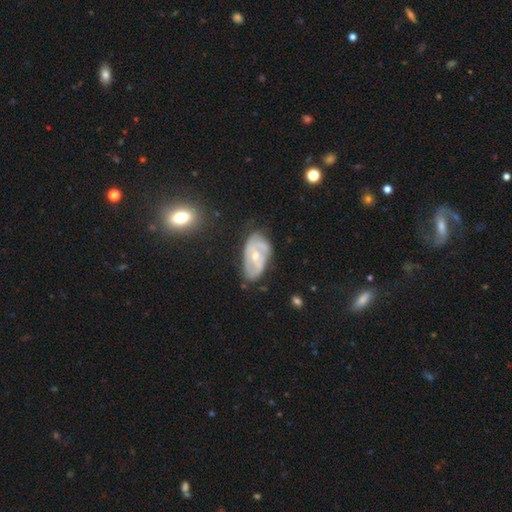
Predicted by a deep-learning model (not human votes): Smooth or featured?
  - featured or disk: 75% *
  - smooth: 19%
  - star or artifact: 6%
Edge-on disk?
  - no: 95% *
  - yes: 5%
Bar?
  - no: 62% *
  - weak: 30%
  - strong: 8%
Spiral arms?
  - yes: 79% *
  - no: 21%
Spiral winding?
  - tight: 52% *
  - medium: 35%
  - loose: 13%
Spiral arm count?
  - 2: 42% *
  - can't tell: 34%
  - 3: 13%
  - 1: 5%
  - 4: 3%
  - more than 4: 2%
Bulge size?
  - moderate: 54% *
  - small: 42%
  - large: 2%
  - none: 1%
  - dominant: 1%
Merging?
  - none: 61% *
  - minor disturbance: 27%
  - major disturbance: 9%
  - merger: 2%